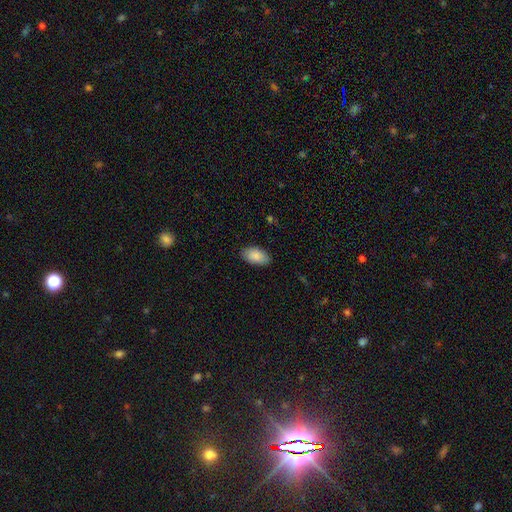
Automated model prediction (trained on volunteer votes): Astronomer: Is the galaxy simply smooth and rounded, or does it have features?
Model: smooth — 89%.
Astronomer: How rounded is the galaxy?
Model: in between — 95%.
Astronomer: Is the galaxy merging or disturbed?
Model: none — 87%.